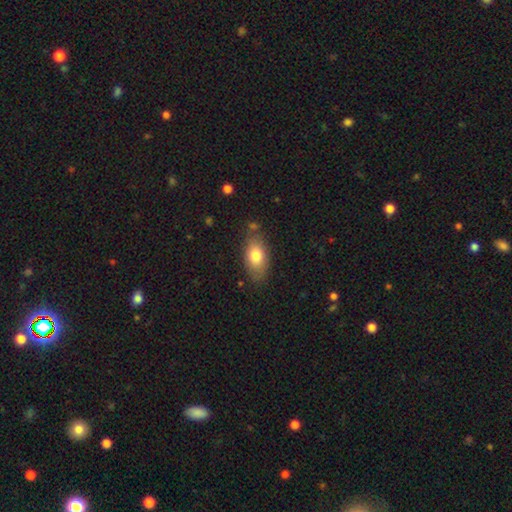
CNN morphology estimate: type=smooth (79%); roundness=in between (89%); merging=none (76%).